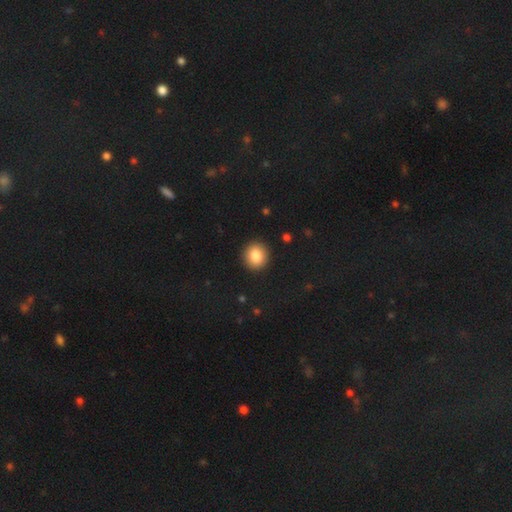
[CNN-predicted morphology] smooth-or-featured: smooth: 84% | star or artifact: 9% | featured or disk: 6%
  how-rounded: round: 86% | in between: 13% | cigar-shaped: 1%
  merging: none: 92% | minor disturbance: 5% | major disturbance: 2% | merger: 1%